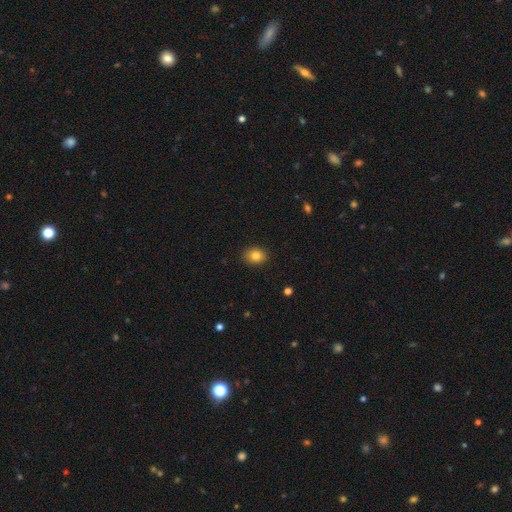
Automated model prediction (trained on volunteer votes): smooth-or-featured: smooth: 83% | star or artifact: 10% | featured or disk: 7%
  how-rounded: in between: 52% | round: 47% | cigar-shaped: 1%
  merging: none: 87% | minor disturbance: 10% | major disturbance: 2% | merger: 1%